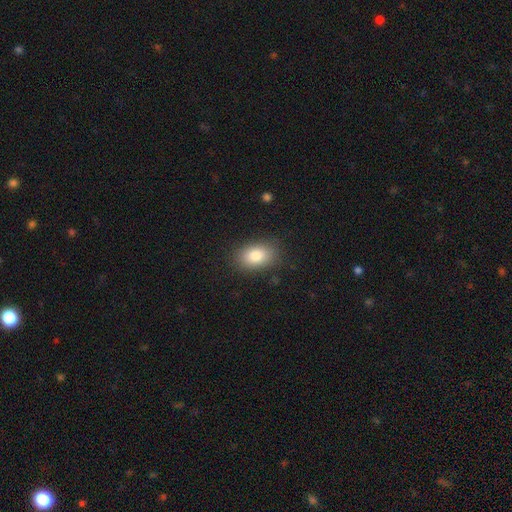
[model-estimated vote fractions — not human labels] Morphology: type=smooth (83%); roundness=in between (87%); merging=none (84%).